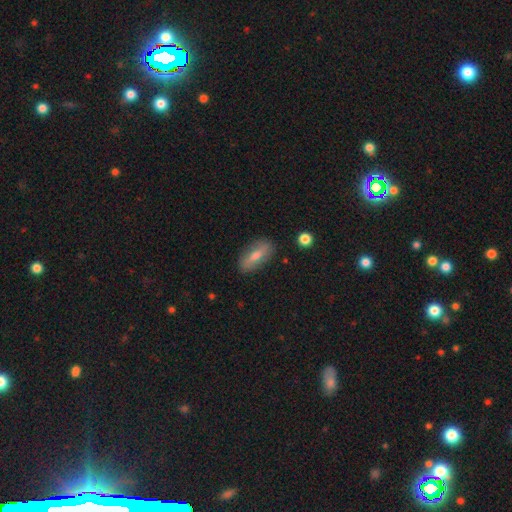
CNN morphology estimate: smooth-or-featured: smooth: 57% | featured or disk: 35% | star or artifact: 8%
  how-rounded: in between: 74% | cigar-shaped: 22% | round: 4%
  merging: none: 85% | minor disturbance: 11% | major disturbance: 2% | merger: 2%